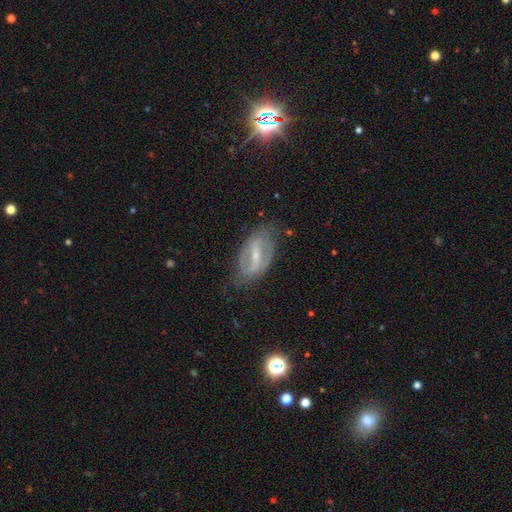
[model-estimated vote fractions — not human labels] featured or disk 77%, smooth 16%, star or artifact 7%. Down the decision tree: edge-on disk — no (91%); bar — strong (60%); spiral arms — yes (73%); spiral arm count — 2 (76%); spiral winding — medium (43%); bulge size — small (59%); merging — none (70%).